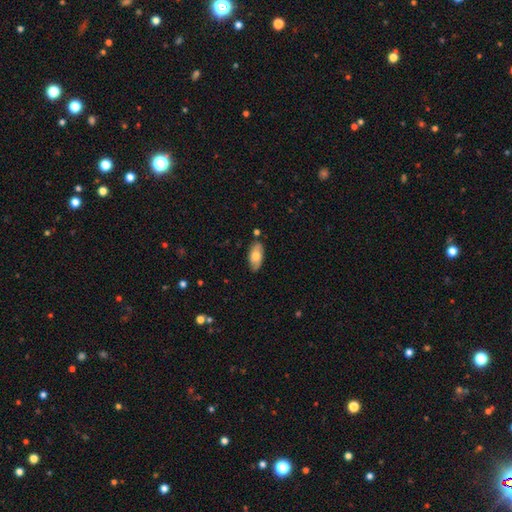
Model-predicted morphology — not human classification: Smooth or featured?
  - smooth: 69% *
  - featured or disk: 24%
  - star or artifact: 6%
How rounded?
  - in between: 91% *
  - cigar-shaped: 7%
  - round: 3%
Merging?
  - none: 82% *
  - minor disturbance: 14%
  - merger: 2%
  - major disturbance: 2%